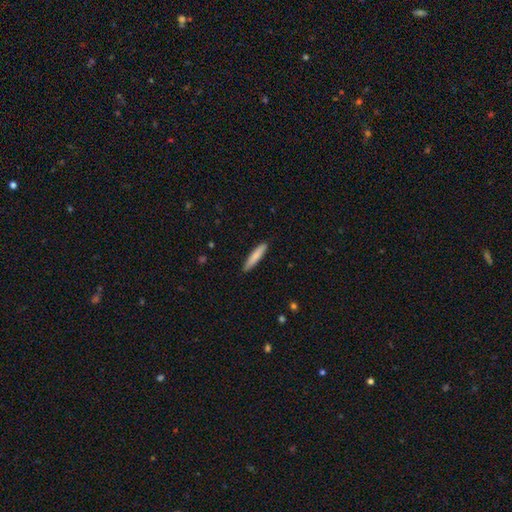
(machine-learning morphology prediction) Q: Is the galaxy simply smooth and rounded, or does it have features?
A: smooth — 81%.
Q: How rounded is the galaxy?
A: cigar-shaped — 90%.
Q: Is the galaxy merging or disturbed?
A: none — 89%.